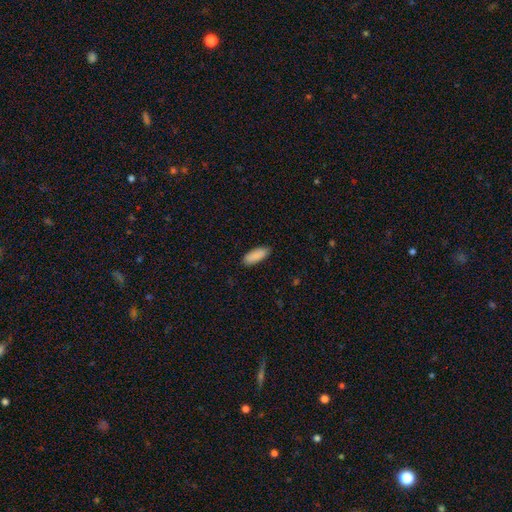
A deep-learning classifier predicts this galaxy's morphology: This is clearly a smooth galaxy (89%). How rounded: likely in between (74%). Merging: clearly none (86%).